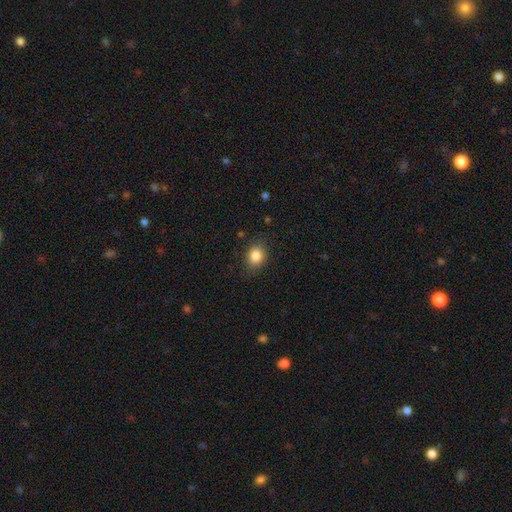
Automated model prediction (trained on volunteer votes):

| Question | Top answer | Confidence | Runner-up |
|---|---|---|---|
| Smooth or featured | smooth | 85% | star or artifact (9%) |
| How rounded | in between | 53% | round (46%) |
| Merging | none | 84% | minor disturbance (12%) |